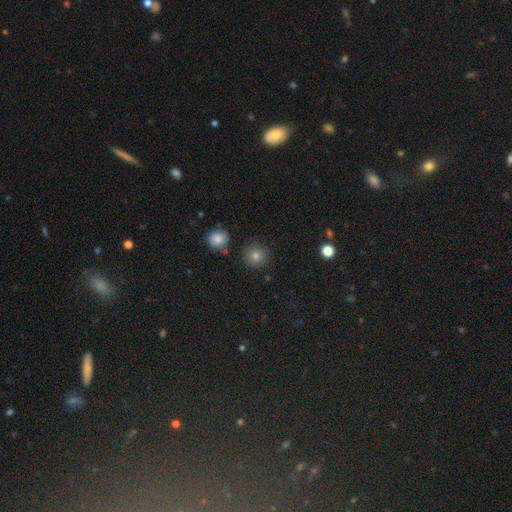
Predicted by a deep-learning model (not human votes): A smooth galaxy with no disk features (80%) that is round (94%).

Vote fractions:
- Smooth or featured? smooth: 80% / star or artifact: 14% / featured or disk: 6%
- How rounded? round: 94% / in between: 5% / cigar-shaped: 1%
- Merging? none: 86% / minor disturbance: 8% / merger: 4% / major disturbance: 3%